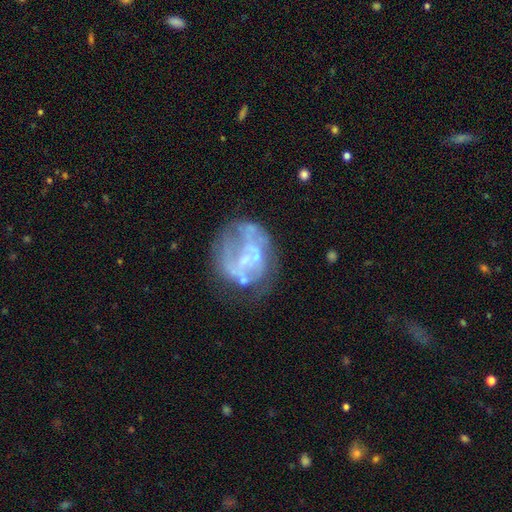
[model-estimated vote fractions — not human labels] smooth-or-featured: featured or disk: 67% | smooth: 23% | star or artifact: 10%
  disk-edge-on: no: 98% | yes: 2%
    bar: no: 66% | weak: 25% | strong: 9%
    has-spiral-arms: no: 68% | yes: 32%
    bulge-size: none: 50% | small: 24% | moderate: 20% | large: 4% | dominant: 2%
  merging: none: 41% | major disturbance: 29% | minor disturbance: 20% | merger: 10%